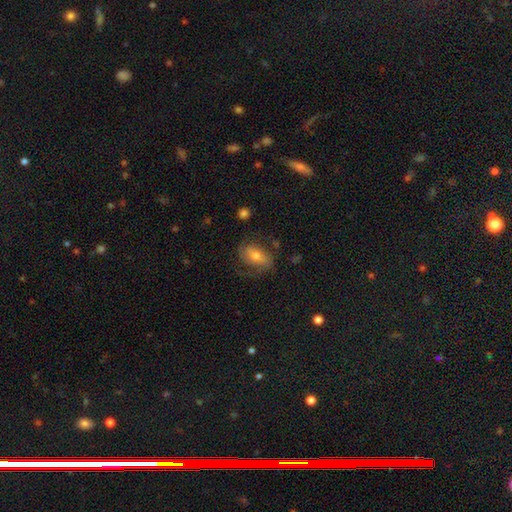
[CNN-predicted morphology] smooth-or-featured: featured or disk: 52% | smooth: 40% | star or artifact: 9%
  disk-edge-on: no: 93% | yes: 7%
  merging: none: 57% | minor disturbance: 22% | major disturbance: 19% | merger: 2%